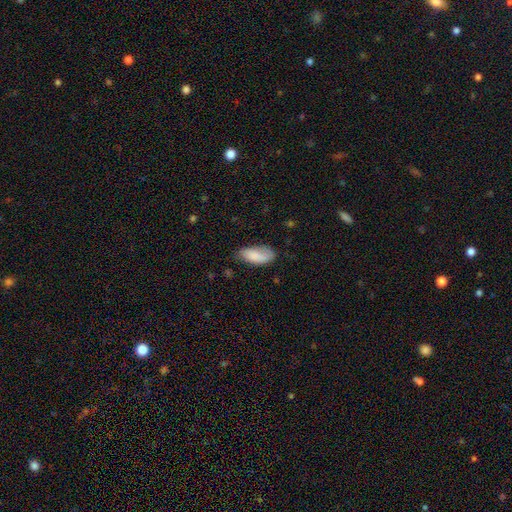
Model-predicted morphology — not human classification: Smooth or featured: smooth — 79% (featured or disk — 14%)
How rounded: in between — 88% (cigar-shaped — 10%)
Merging: none — 59% (minor disturbance — 29%)